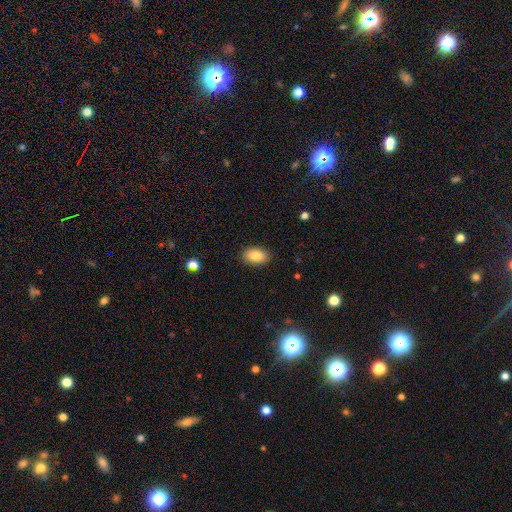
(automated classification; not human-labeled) A smooth galaxy with no disk features (86%) that is in between round and cigar-shaped (89%). Merging: none (87%).